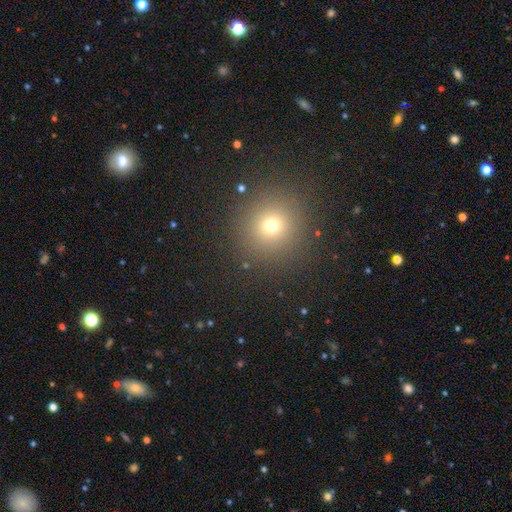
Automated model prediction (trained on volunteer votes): Overall: smooth (63%; star or artifact 30%). How rounded: round (93%). Merging: none (91%).